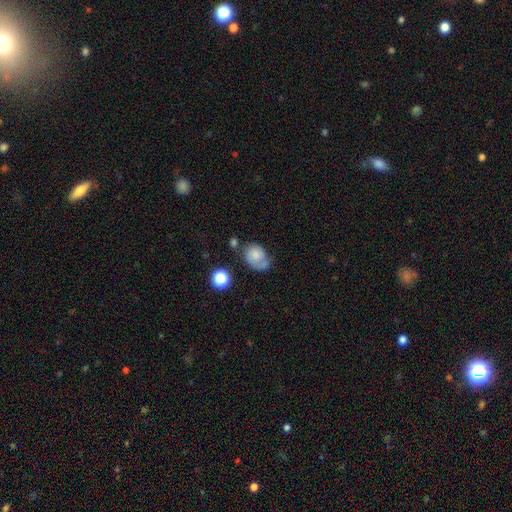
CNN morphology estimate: A smooth galaxy with no disk features (63%) that is in between round and cigar-shaped (62%). Merging: none (39%).